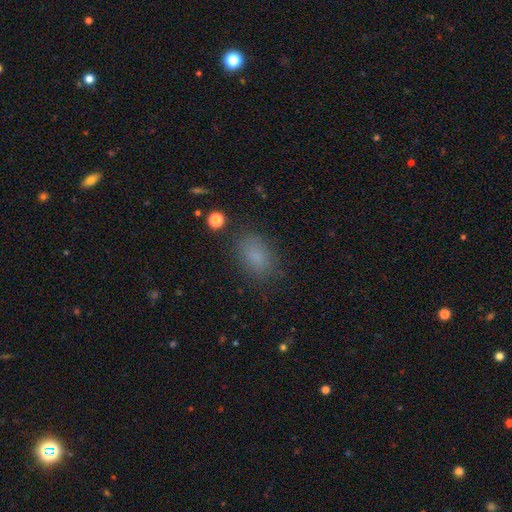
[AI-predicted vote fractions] Smooth or featured? Predicted: smooth (p=0.80). How rounded? Predicted: in between (p=0.83). Merging? Predicted: none (p=0.80).